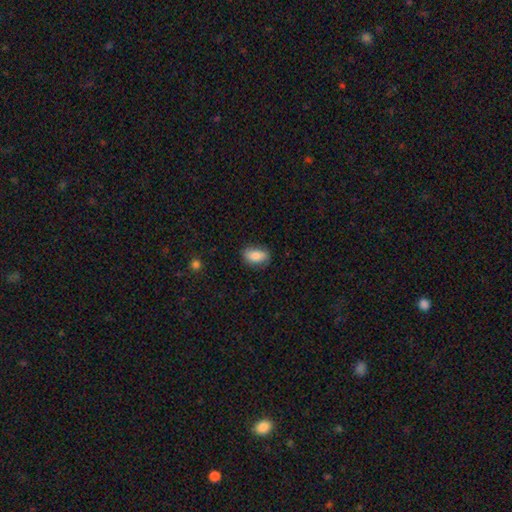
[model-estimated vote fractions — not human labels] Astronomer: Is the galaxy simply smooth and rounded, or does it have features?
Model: smooth — 78%.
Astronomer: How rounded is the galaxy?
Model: in between — 89%.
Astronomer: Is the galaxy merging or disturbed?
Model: none — 78%.